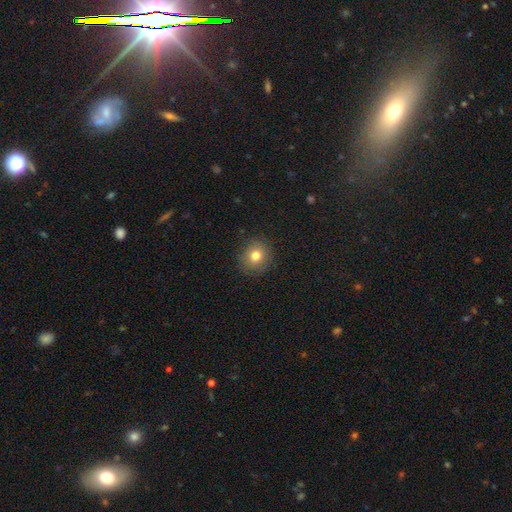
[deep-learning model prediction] This is likely a smooth galaxy (79%). How rounded: clearly round (82%). Merging: clearly none (88%).